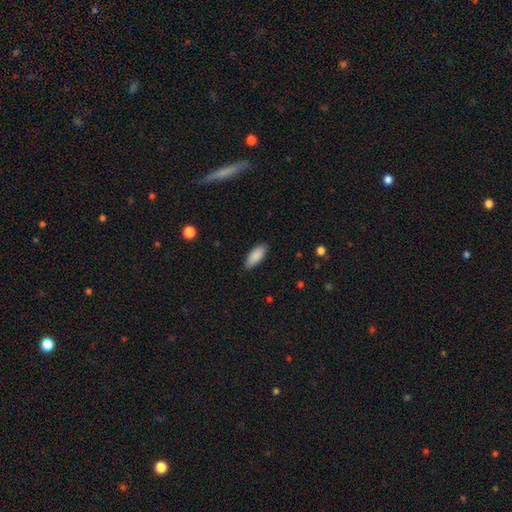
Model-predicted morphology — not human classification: smooth_or_featured: smooth (p=0.89) [alt: star or artifact p=0.06]
how_rounded: in between (p=0.81) [alt: cigar-shaped p=0.17]
merging: none (p=0.87) [alt: minor disturbance p=0.10]